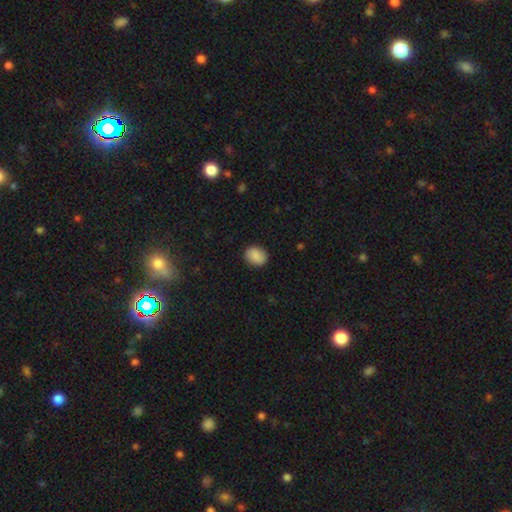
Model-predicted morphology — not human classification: Q: Smooth or featured?
A: smooth (88%); runner-up: star or artifact (8%)
Q: How rounded?
A: round (50%); runner-up: in between (49%)
Q: Merging?
A: none (88%); runner-up: minor disturbance (9%)